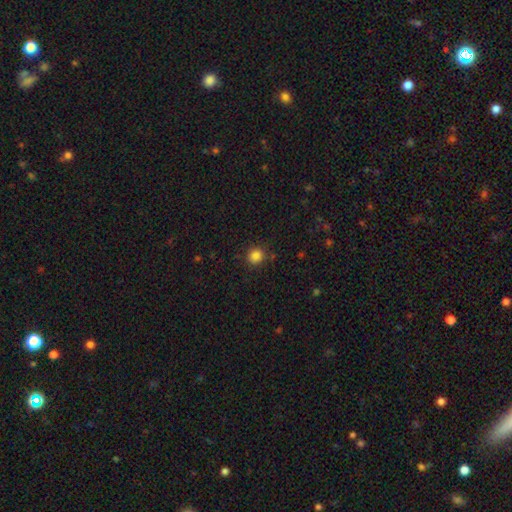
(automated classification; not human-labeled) Overall: smooth (85%). How rounded: round (89%). Merging: none (86%).